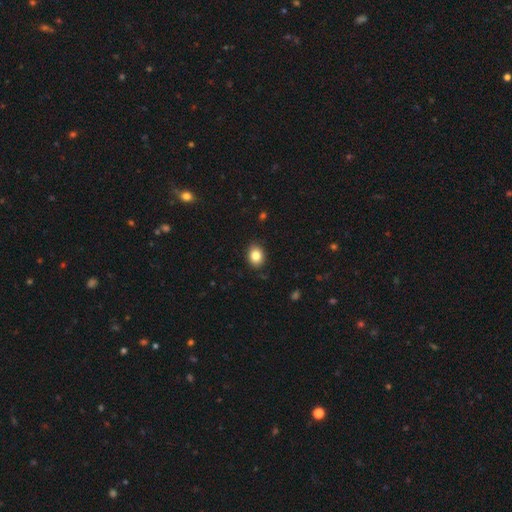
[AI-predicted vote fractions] This appears to be a smooth galaxy with no disk features (85%) that is in between round and cigar-shaped (57%). Merging: none (88%).